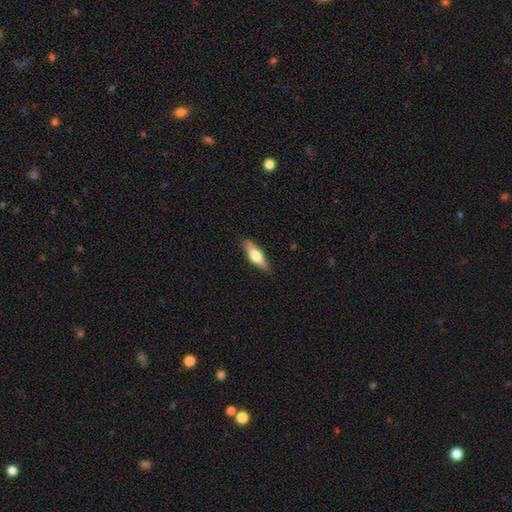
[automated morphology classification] This is possibly a smooth galaxy (58%). How rounded: possibly cigar-shaped (54%). Merging: clearly none (85%).